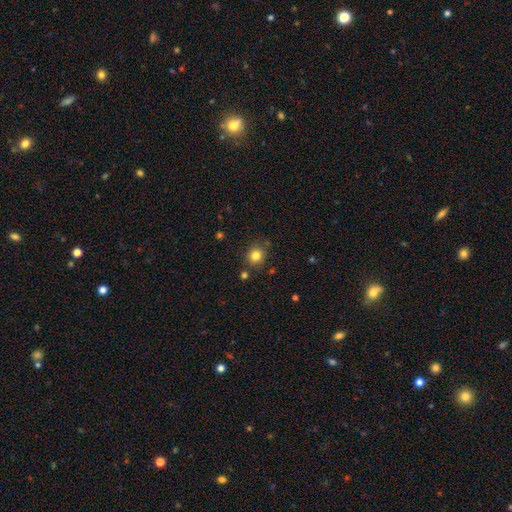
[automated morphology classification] Smooth or featured? smooth (82%)
How rounded? round (82%)
Merging? none (82%)